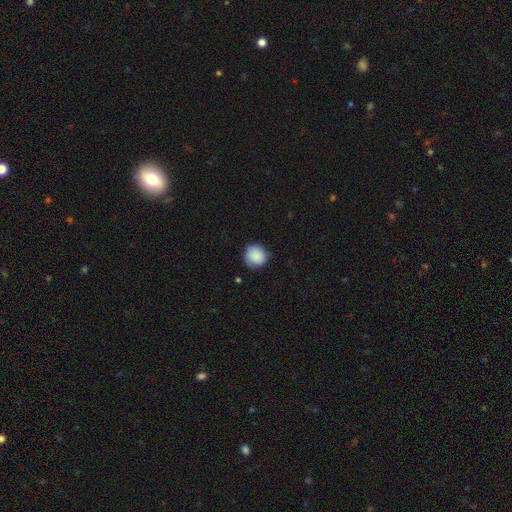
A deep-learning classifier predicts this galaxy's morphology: Smooth or featured: smooth — 89% (star or artifact — 8%)
How rounded: round — 91% (in between — 8%)
Merging: none — 83% (minor disturbance — 13%)